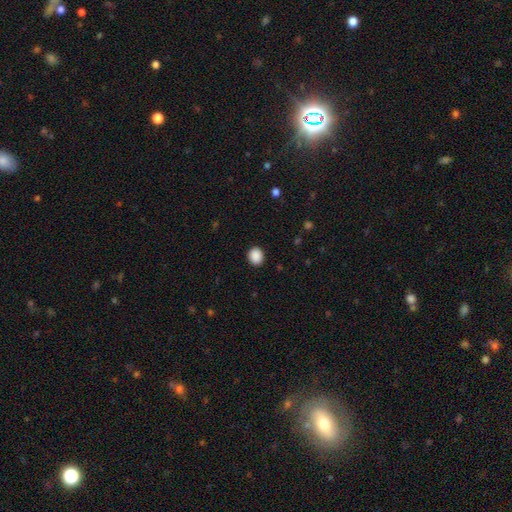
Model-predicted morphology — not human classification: This appears to be a smooth galaxy with no disk features (90%) that is round (71%). Merging: none (91%).